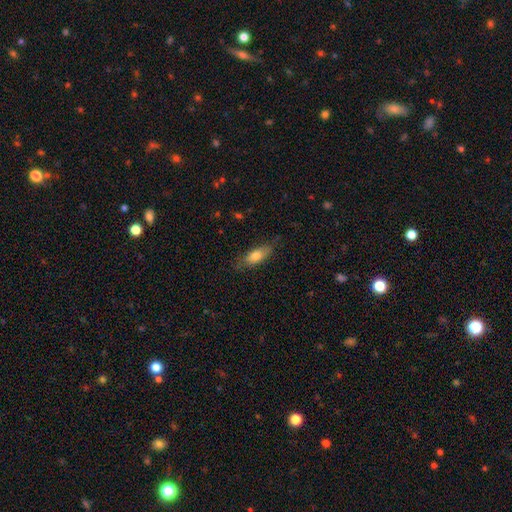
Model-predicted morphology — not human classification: Smooth or featured?
  - smooth: 75% *
  - featured or disk: 19%
  - star or artifact: 7%
How rounded?
  - in between: 70% *
  - cigar-shaped: 28%
  - round: 2%
Merging?
  - none: 75% *
  - minor disturbance: 19%
  - major disturbance: 5%
  - merger: 1%